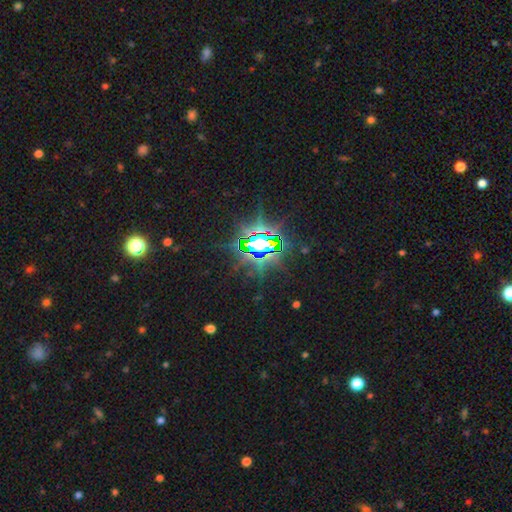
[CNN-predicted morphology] This appears to be a star or artifact, not a galaxy (86%).